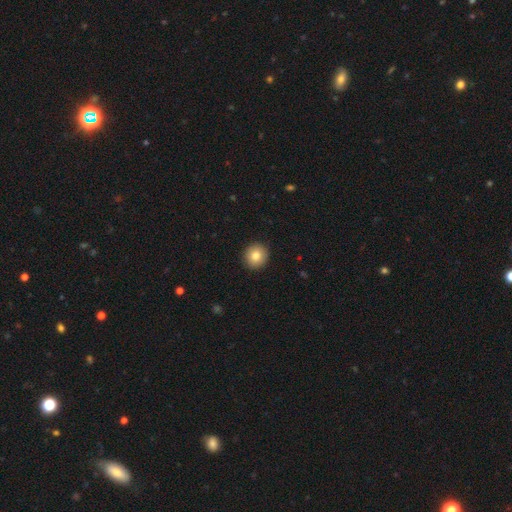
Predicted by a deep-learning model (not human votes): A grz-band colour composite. It shows a smooth galaxy with no disk features (83%) that is round (92%). Merging: none (92%).